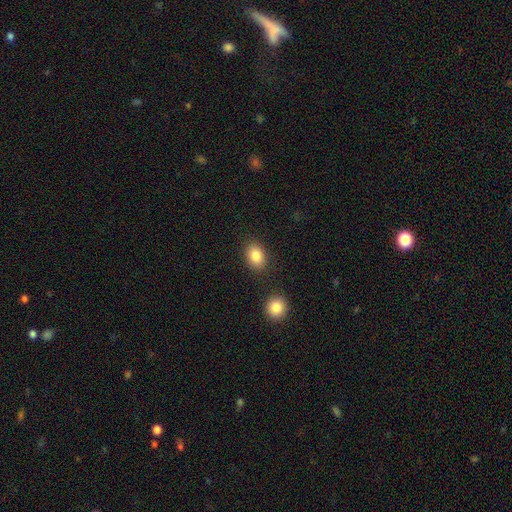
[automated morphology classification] A smooth galaxy with no disk features (86%) that is in between round and cigar-shaped (75%). Merging: none (83%).